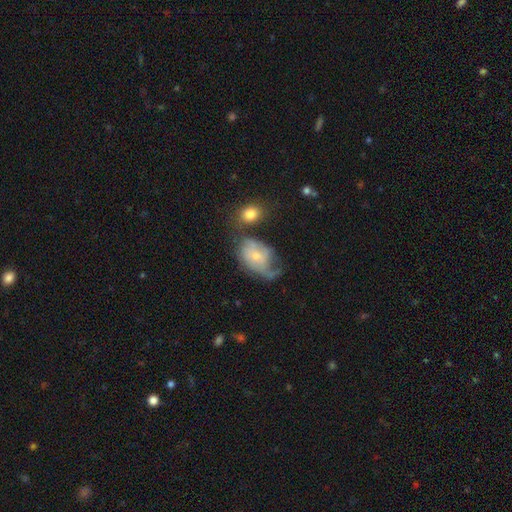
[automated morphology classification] This is possibly a featured or disk galaxy (47%). Merging: marginally major disturbance (34%).